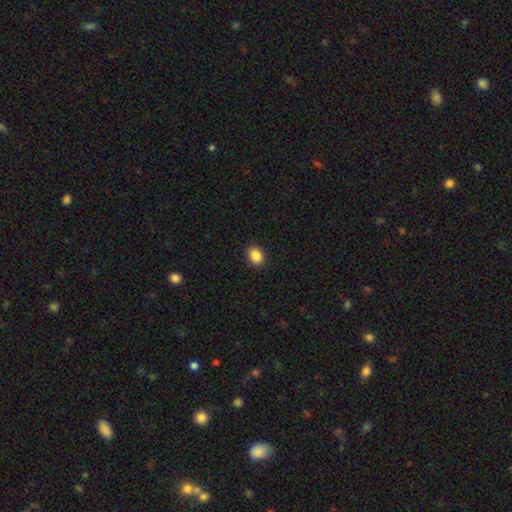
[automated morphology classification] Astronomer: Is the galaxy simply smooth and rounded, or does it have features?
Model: smooth — 88%.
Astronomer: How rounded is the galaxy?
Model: round — 51% (runner-up: in between, 48%).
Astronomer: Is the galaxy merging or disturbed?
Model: none — 91%.